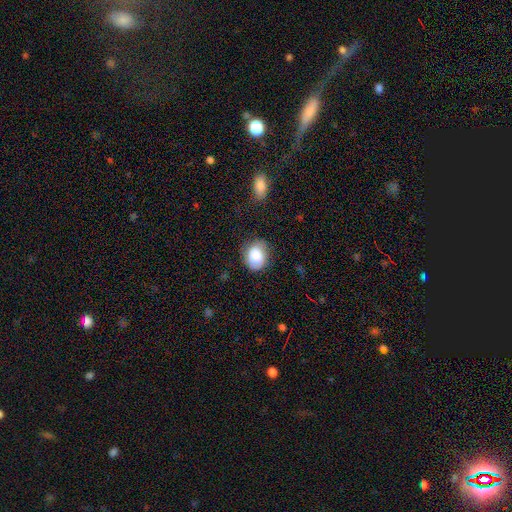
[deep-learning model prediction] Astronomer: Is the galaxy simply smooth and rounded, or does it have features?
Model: smooth — 83%.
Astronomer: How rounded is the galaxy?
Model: in between — 51% (runner-up: round, 48%).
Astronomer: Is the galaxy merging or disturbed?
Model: none — 69%.